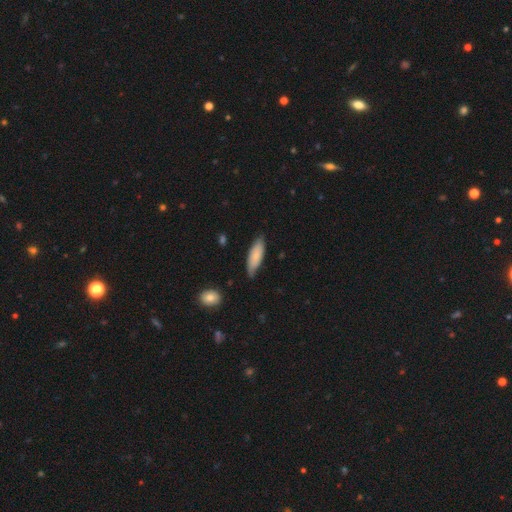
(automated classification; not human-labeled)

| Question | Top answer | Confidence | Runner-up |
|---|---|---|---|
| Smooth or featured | smooth | 79% | featured or disk (16%) |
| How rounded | in between | 58% | cigar-shaped (40%) |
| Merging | none | 70% | minor disturbance (24%) |